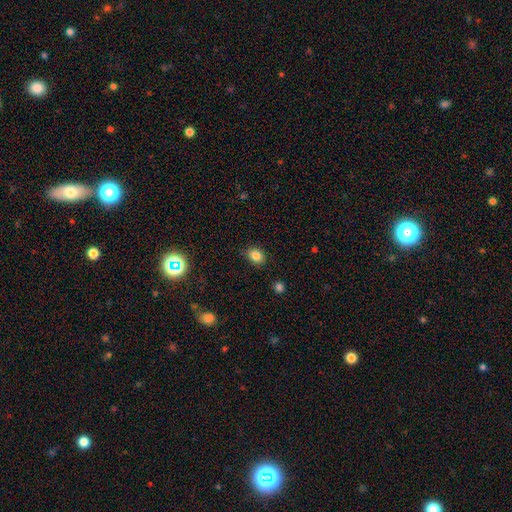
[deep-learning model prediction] smooth-or-featured: smooth: 84% | star or artifact: 11% | featured or disk: 5%
  how-rounded: in between: 61% | round: 38% | cigar-shaped: 1%
  merging: none: 82% | minor disturbance: 13% | major disturbance: 3% | merger: 1%